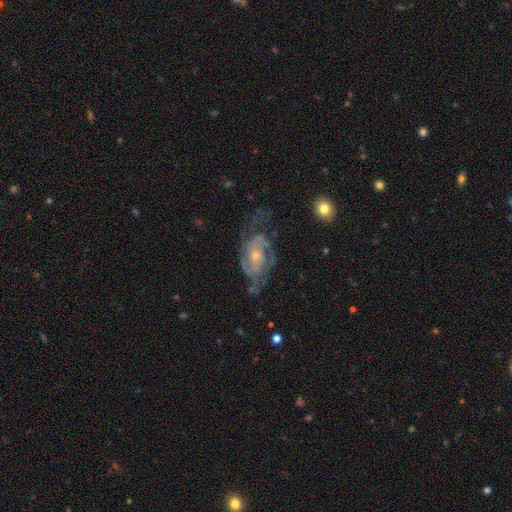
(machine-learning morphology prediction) A featured or disk galaxy (86%) with no bar (69%), 2 (37%) tight (46%) spiral arms (94%) and a small central bulge (64%).

Vote fractions:
- Smooth or featured? featured or disk: 86% / smooth: 8% / star or artifact: 6%
- Edge-on disk? no: 96% / yes: 4%
- Bar? no: 69% / weak: 26% / strong: 6%
- Spiral arms? yes: 94% / no: 6%
- Spiral winding? tight: 46% / medium: 41% / loose: 13%
- Spiral arm count? 2: 37% / can't tell: 23% / 3: 21% / 4: 8% / 1: 5% / more than 4: 5%
- Bulge size? small: 64% / moderate: 31% / none: 2% / large: 2% / dominant: 1%
- Merging? none: 54% / minor disturbance: 22% / major disturbance: 21% / merger: 2%